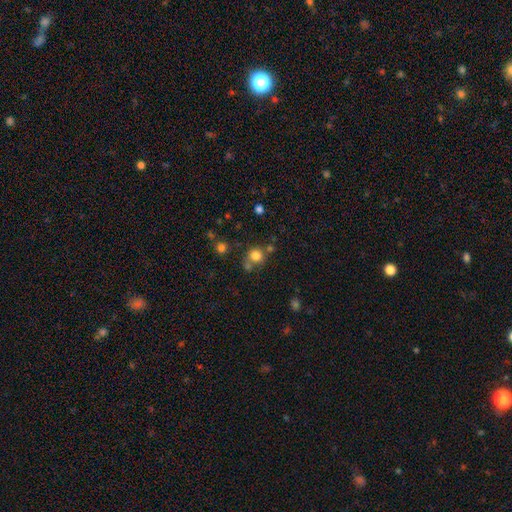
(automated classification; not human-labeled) Morphology: type=smooth (79%); roundness=round (88%); merging=none (63%).